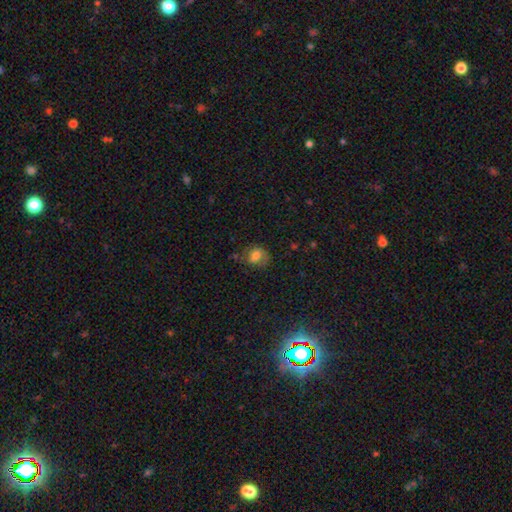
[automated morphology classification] Smooth or featured? Predicted: smooth (p=0.71). How rounded? Predicted: round (p=0.51). Merging? Predicted: none (p=0.58).